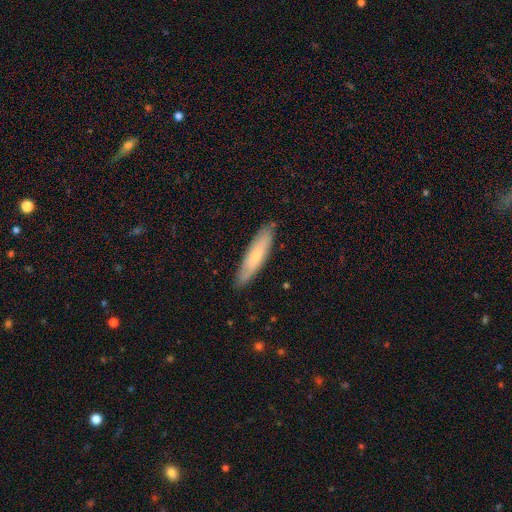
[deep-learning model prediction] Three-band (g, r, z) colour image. It shows a smooth galaxy with no disk features (64%) that is cigar-shaped (78%). Merging: none (86%).